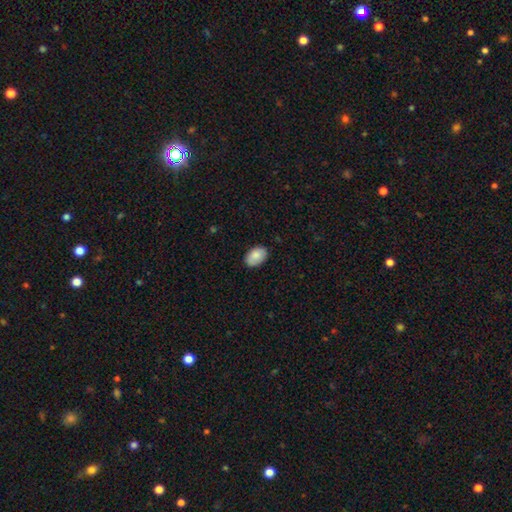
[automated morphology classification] A smooth galaxy with no disk features (86%) that is in between round and cigar-shaped (90%).

Vote fractions:
- Smooth or featured? smooth: 86% / featured or disk: 7% / star or artifact: 7%
- How rounded? in between: 90% / round: 9% / cigar-shaped: 1%
- Merging? none: 84% / minor disturbance: 13% / major disturbance: 2% / merger: 1%